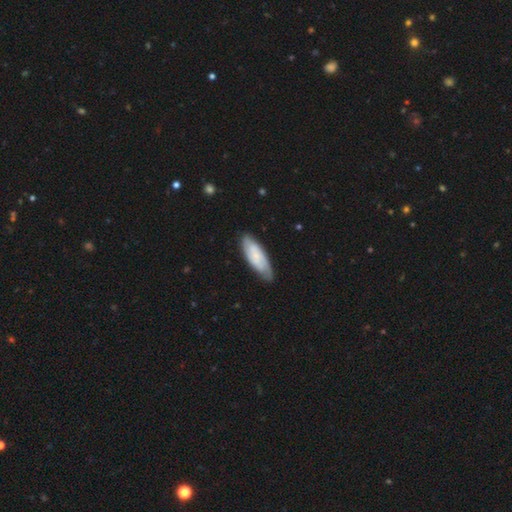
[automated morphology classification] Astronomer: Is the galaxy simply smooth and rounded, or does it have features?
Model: smooth — 54% (runner-up: featured or disk, 40%).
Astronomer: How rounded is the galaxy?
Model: in between — 62%.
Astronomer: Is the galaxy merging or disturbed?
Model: none — 73%.